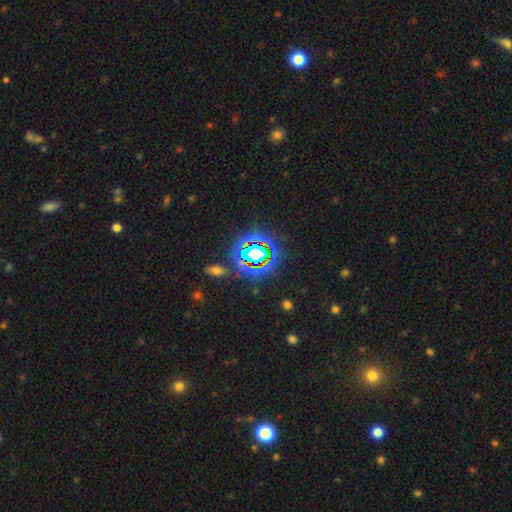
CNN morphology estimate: star or artifact 72%, smooth 17%, featured or disk 11%.